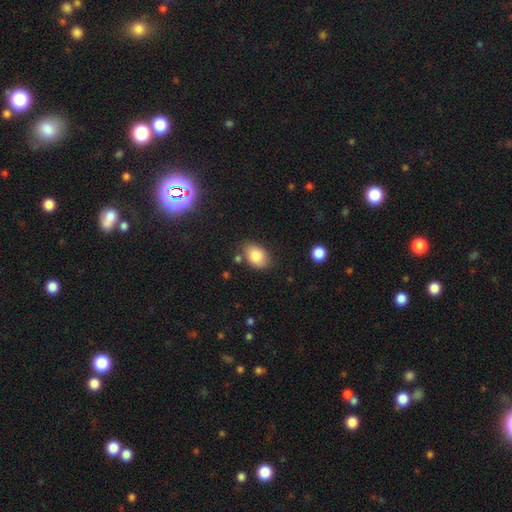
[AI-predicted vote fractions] Morphology: type=smooth (84%); roundness=in between (83%); merging=none (75%).